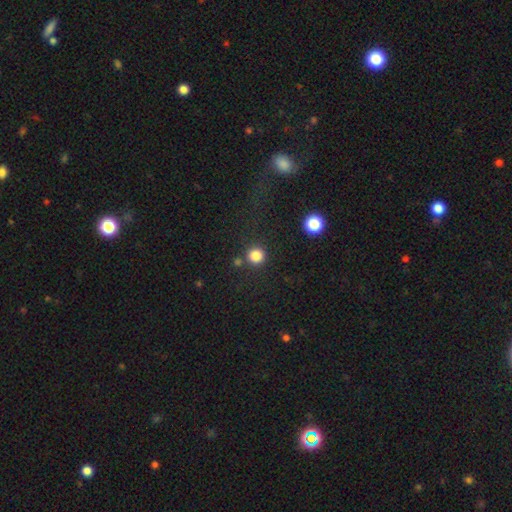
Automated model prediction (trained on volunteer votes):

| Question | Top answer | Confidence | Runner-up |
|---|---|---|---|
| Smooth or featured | smooth | 84% | star or artifact (12%) |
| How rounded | round | 93% | in between (6%) |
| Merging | none | 83% | minor disturbance (7%) |